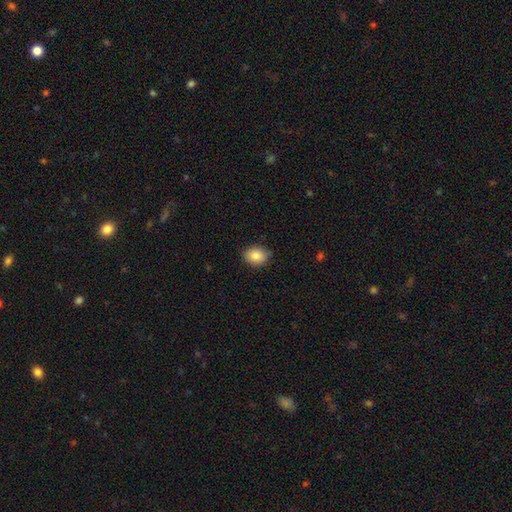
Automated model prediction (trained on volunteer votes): Smooth or featured?
  - smooth: 86% *
  - star or artifact: 8%
  - featured or disk: 6%
How rounded?
  - in between: 64% *
  - round: 35%
  - cigar-shaped: 1%
Merging?
  - none: 84% *
  - minor disturbance: 12%
  - major disturbance: 2%
  - merger: 1%